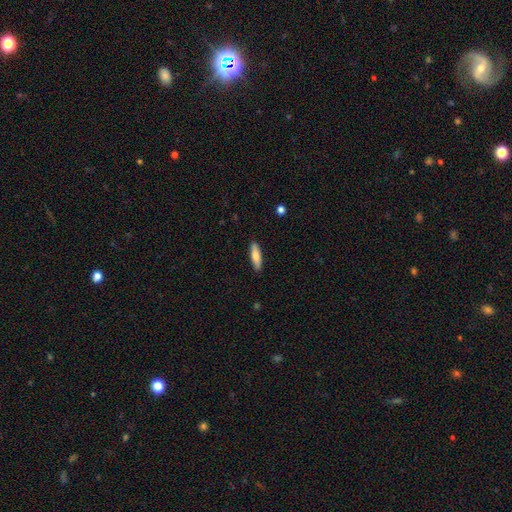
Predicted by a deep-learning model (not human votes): Smooth or featured? smooth (74%)
How rounded? cigar-shaped (69%)
Merging? none (90%)